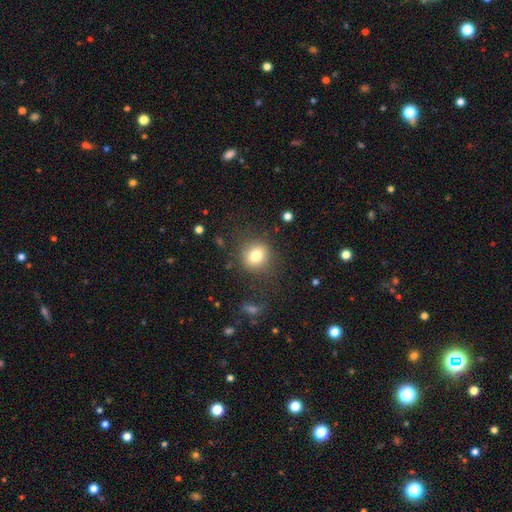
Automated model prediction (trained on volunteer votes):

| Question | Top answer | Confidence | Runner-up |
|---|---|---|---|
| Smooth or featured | smooth | 78% | star or artifact (11%) |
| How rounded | round | 84% | in between (15%) |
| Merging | none | 83% | minor disturbance (10%) |